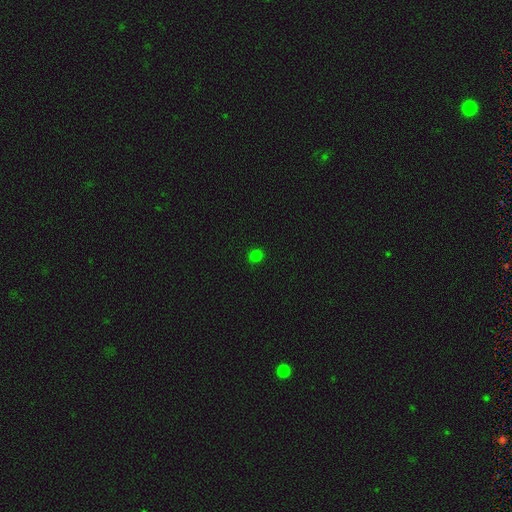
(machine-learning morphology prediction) Smooth or featured: smooth — 79% (star or artifact — 18%)
How rounded: round — 87% (in between — 12%)
Merging: none — 91% (minor disturbance — 6%)